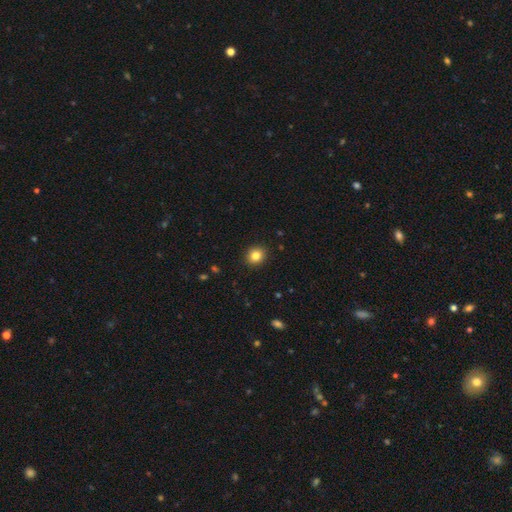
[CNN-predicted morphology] This appears to be a smooth galaxy with no disk features (84%) that is round (78%). Merging: none (91%).